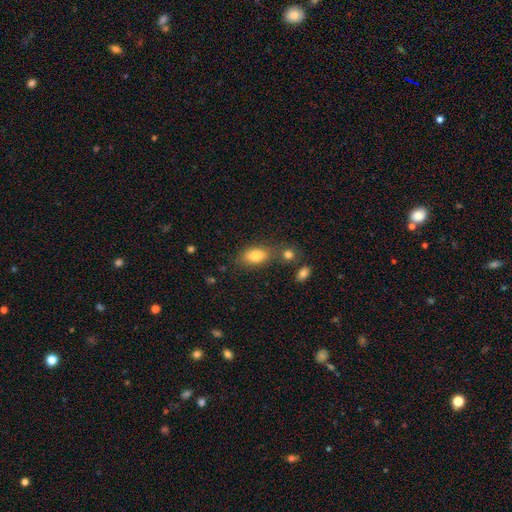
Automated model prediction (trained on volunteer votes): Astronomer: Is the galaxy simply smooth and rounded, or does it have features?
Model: smooth — 82%.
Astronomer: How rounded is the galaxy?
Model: in between — 88%.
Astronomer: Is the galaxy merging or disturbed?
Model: none — 69%.